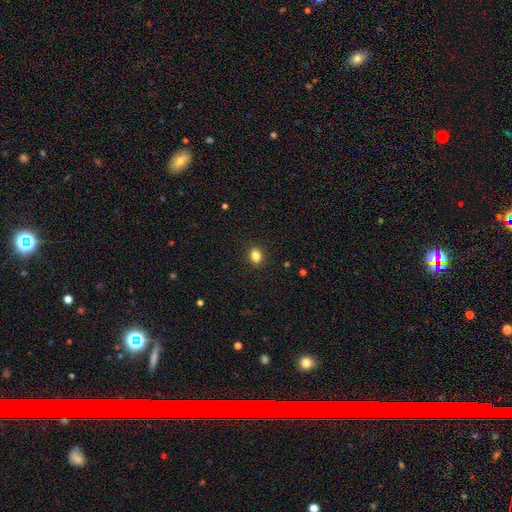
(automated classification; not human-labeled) Q: Smooth or featured?
A: smooth (84%); runner-up: star or artifact (11%)
Q: How rounded?
A: in between (51%); runner-up: round (48%)
Q: Merging?
A: none (91%); runner-up: minor disturbance (7%)